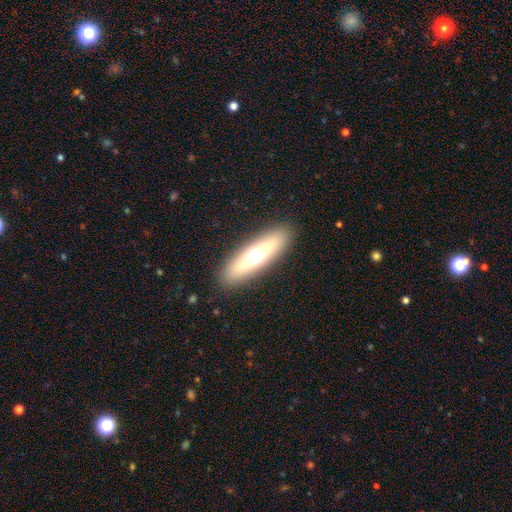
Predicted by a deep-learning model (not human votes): A smooth galaxy with no disk features (54%) that is cigar-shaped (56%). Merging: none (88%).